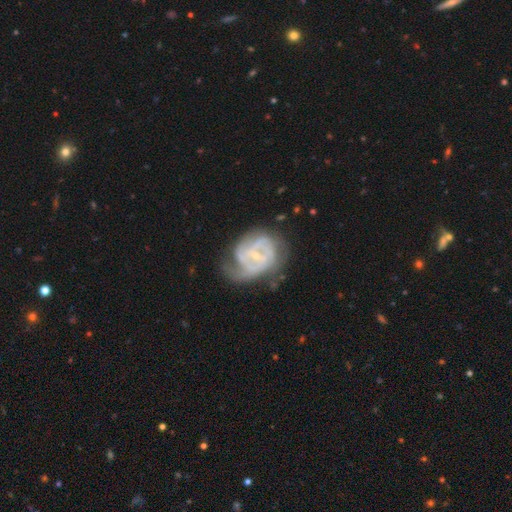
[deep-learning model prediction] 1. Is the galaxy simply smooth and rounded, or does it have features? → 84% featured or disk, 10% smooth, 6% star or artifact.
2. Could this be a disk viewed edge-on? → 98% no, 2% yes.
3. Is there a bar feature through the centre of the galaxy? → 46% weak, 40% no, 14% strong.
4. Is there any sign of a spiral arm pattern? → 91% yes, 9% no.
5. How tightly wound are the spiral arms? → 48% tight, 40% medium, 12% loose.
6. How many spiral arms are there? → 29% 2, 28% can't tell, 25% 3, 8% 4, 6% 1, 4% more than 4.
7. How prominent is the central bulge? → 75% small, 20% moderate, 4% none, 1% large, 1% dominant.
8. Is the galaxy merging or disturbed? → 49% none, 26% minor disturbance, 22% major disturbance, 2% merger.